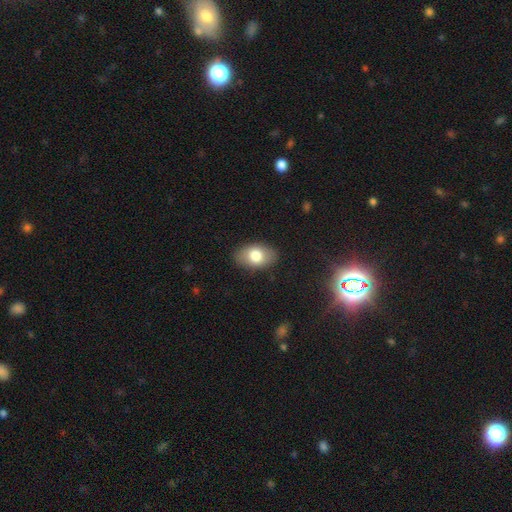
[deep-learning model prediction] Overall: smooth (77%). How rounded: in between (88%). Merging: none (86%).